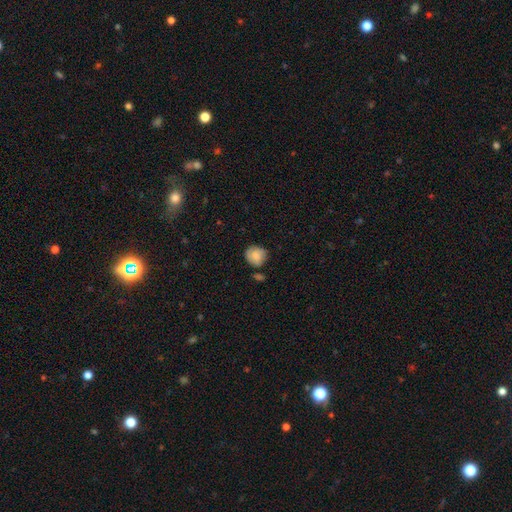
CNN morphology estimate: type=smooth (72%); roundness=round (82%); merging=none (68%).